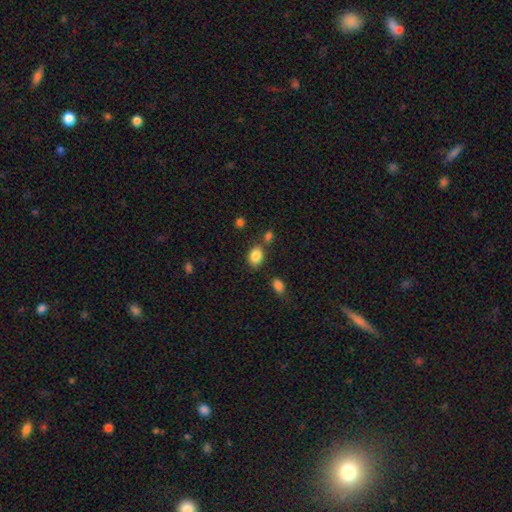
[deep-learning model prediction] This is clearly a smooth galaxy (85%). How rounded: likely in between (70%). Merging: likely none (69%).